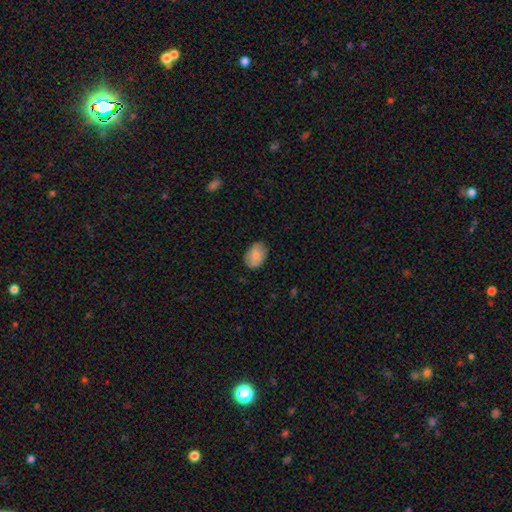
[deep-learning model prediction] smooth-or-featured: smooth: 78% | featured or disk: 15% | star or artifact: 7%
  how-rounded: in between: 82% | round: 17% | cigar-shaped: 1%
  merging: none: 80% | minor disturbance: 16% | major disturbance: 3% | merger: 1%